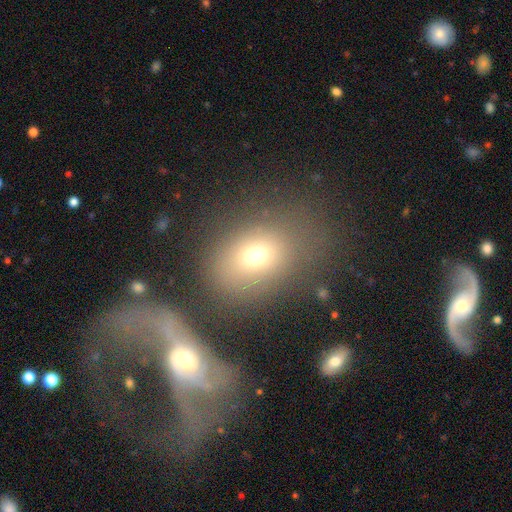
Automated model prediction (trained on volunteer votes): A smooth galaxy with no disk features (68%) that is in between round and cigar-shaped (64%). Merging: none (59%).